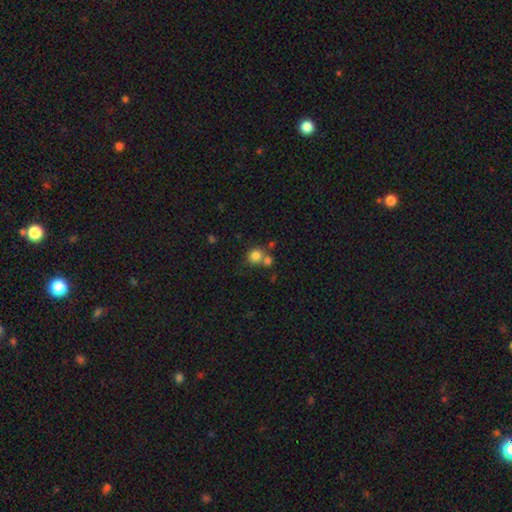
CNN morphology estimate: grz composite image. It shows a smooth galaxy with no disk features (81%) that is round (85%). Merging: none (55%).